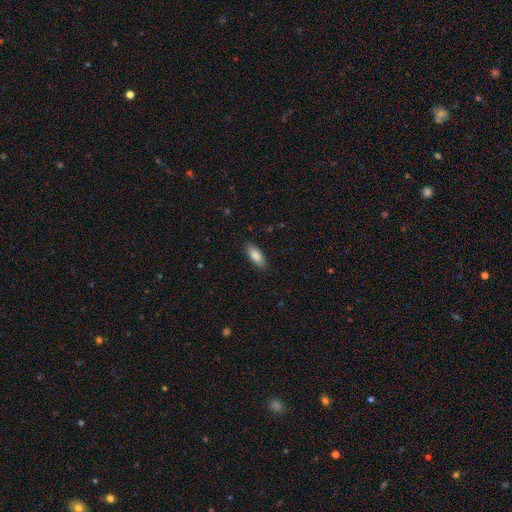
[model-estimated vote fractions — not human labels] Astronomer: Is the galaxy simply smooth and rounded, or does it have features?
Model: smooth — 85%.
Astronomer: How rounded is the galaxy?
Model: in between — 81%.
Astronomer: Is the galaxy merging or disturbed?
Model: none — 88%.